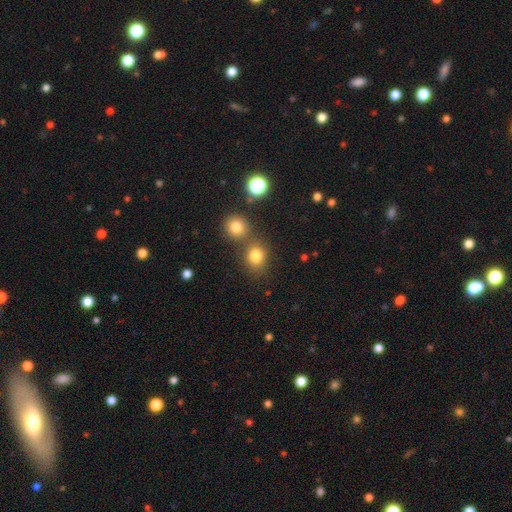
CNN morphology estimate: Overall: smooth (79%). How rounded: round (67%; in between 31%). Merging: none (62%; merger 24%).